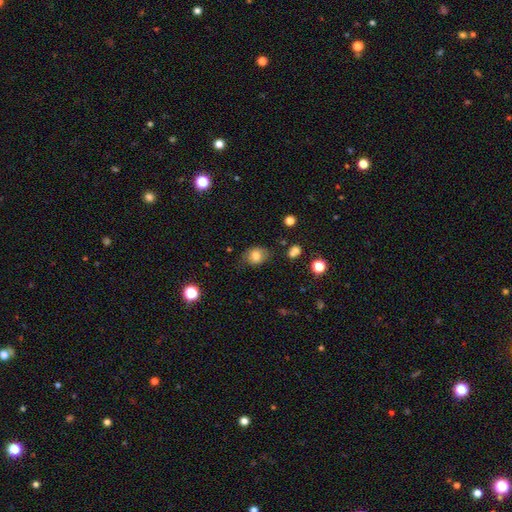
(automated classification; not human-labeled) Q: Smooth or featured?
A: smooth (79%); runner-up: star or artifact (11%)
Q: How rounded?
A: in between (50%); runner-up: round (49%)
Q: Merging?
A: none (70%); runner-up: minor disturbance (22%)